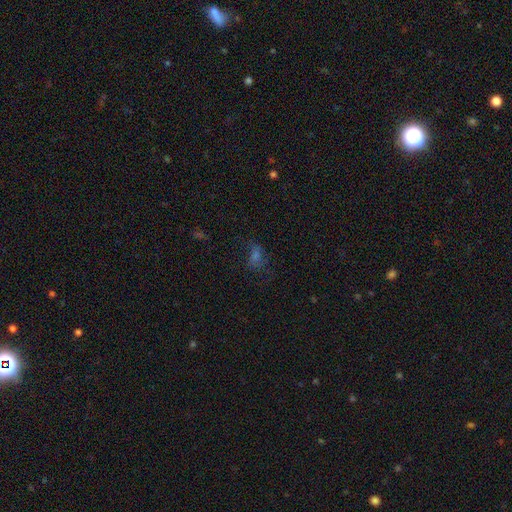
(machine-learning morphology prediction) type=smooth (43%); merging=none (54%).